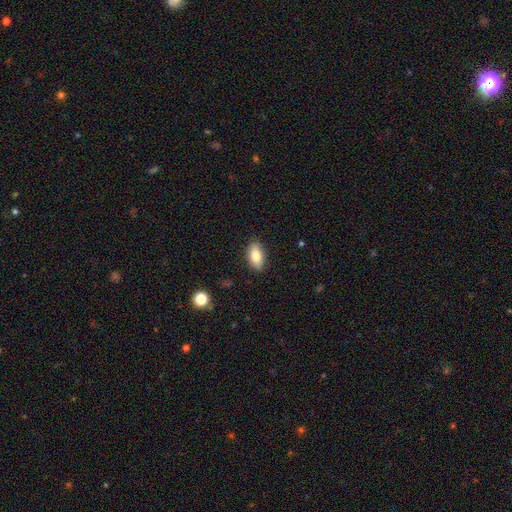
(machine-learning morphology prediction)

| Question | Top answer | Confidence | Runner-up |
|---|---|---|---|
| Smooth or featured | smooth | 82% | featured or disk (11%) |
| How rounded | in between | 89% | cigar-shaped (7%) |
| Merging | none | 87% | minor disturbance (10%) |